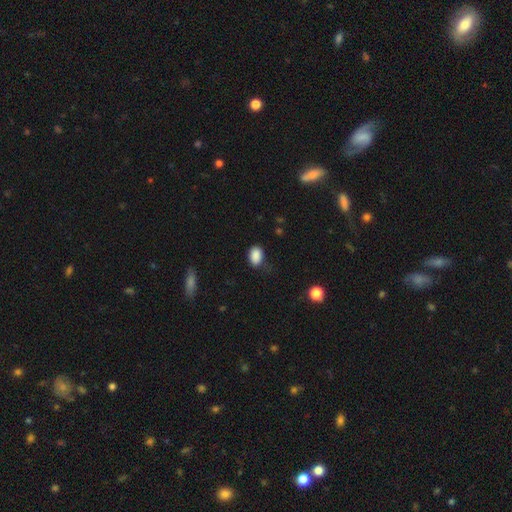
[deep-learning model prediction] smooth_or_featured: smooth (p=0.88) [alt: star or artifact p=0.08]
how_rounded: in between (p=0.83) [alt: round p=0.16]
merging: none (p=0.69) [alt: minor disturbance p=0.24]